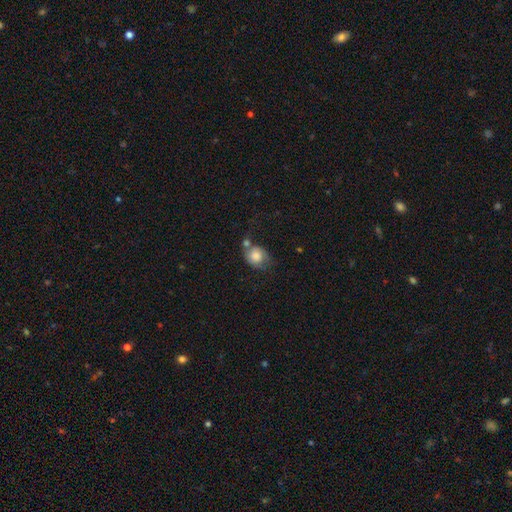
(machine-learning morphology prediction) smooth 76%, featured or disk 16%, star or artifact 8%. Down the decision tree: how rounded — round (60%); merging — none (36%).